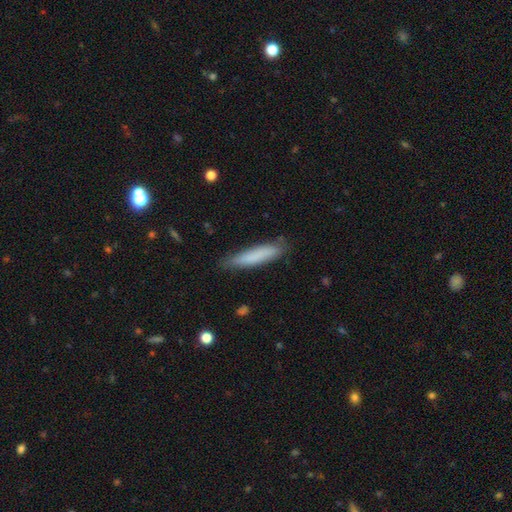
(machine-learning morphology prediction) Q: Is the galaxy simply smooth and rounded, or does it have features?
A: smooth — 79%.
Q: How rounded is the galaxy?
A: cigar-shaped — 88%.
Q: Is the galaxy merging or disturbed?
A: none — 81%.